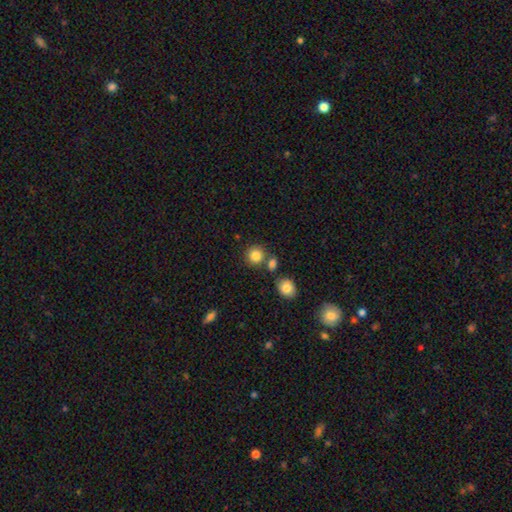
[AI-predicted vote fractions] A smooth galaxy with no disk features (84%) that is round (86%). Merging: none (72%).